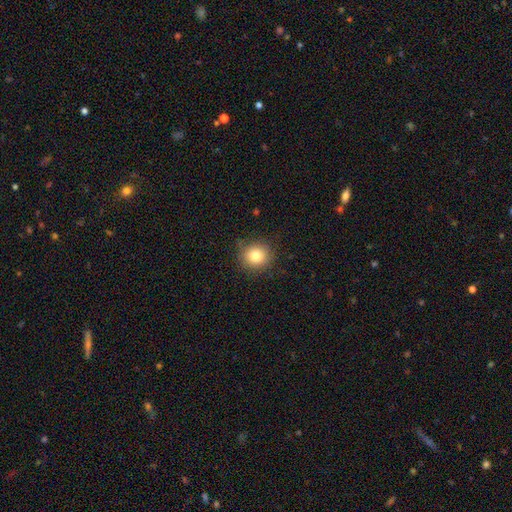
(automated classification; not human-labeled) smooth-or-featured: smooth: 82% | star or artifact: 11% | featured or disk: 8%
  how-rounded: round: 89% | in between: 10% | cigar-shaped: 1%
  merging: none: 84% | minor disturbance: 12% | major disturbance: 3% | merger: 1%